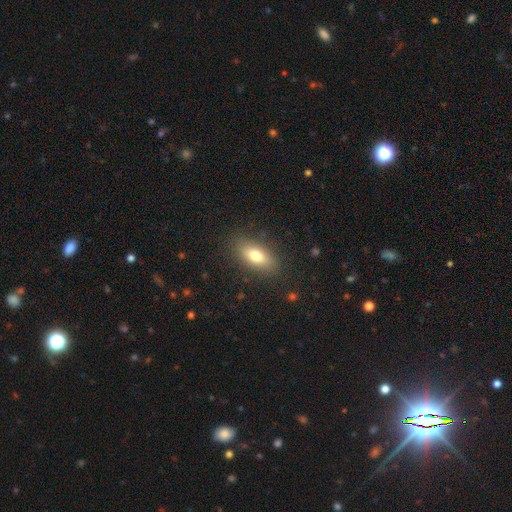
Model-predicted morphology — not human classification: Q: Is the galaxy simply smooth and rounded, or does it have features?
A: smooth — 74%.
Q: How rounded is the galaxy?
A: in between — 82%.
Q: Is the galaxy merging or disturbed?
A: none — 86%.